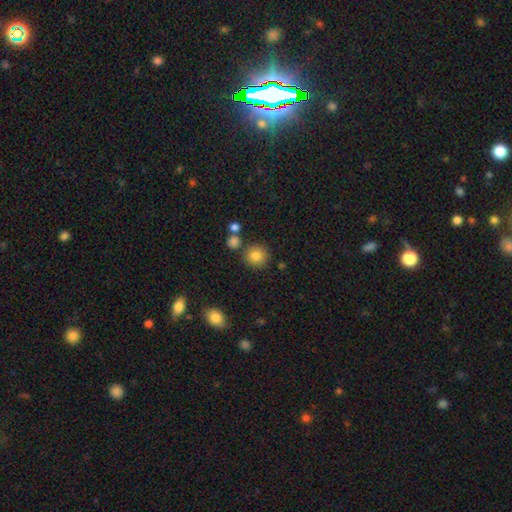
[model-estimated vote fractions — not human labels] smooth 83%, star or artifact 11%, featured or disk 6%. Down the decision tree: how rounded — round (91%); merging — none (81%).